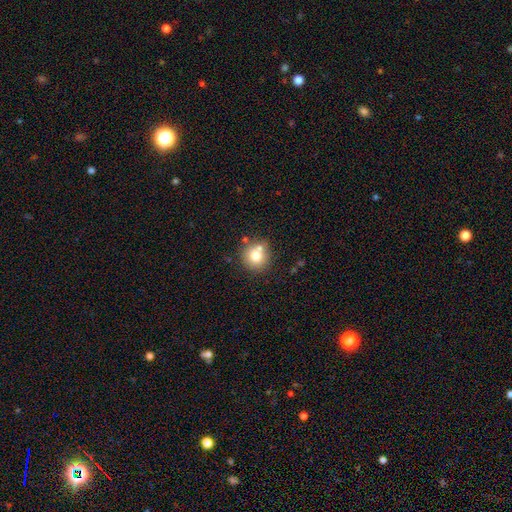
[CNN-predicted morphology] A smooth galaxy with no disk features (75%) that is round (88%). Merging: none (66%).